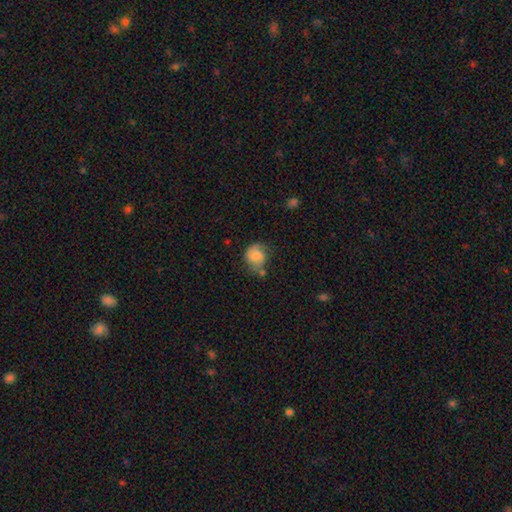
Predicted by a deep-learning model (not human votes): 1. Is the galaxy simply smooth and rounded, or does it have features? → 50% smooth, 41% featured or disk, 9% star or artifact.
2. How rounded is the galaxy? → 68% round, 31% in between, 1% cigar-shaped.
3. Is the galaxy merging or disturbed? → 52% none, 27% minor disturbance, 12% major disturbance, 8% merger.